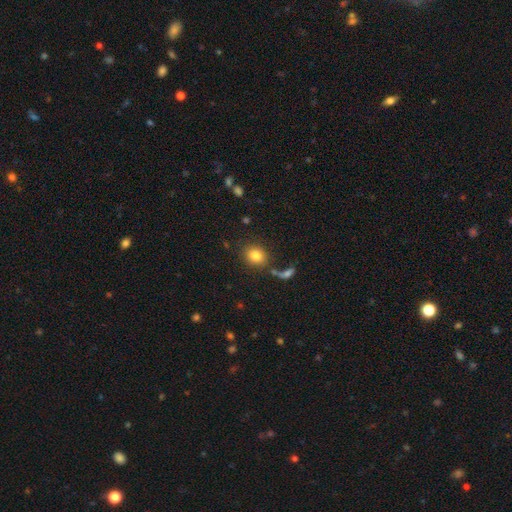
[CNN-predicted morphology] This is clearly a smooth galaxy (82%). How rounded: likely round (68%). Merging: likely none (76%).